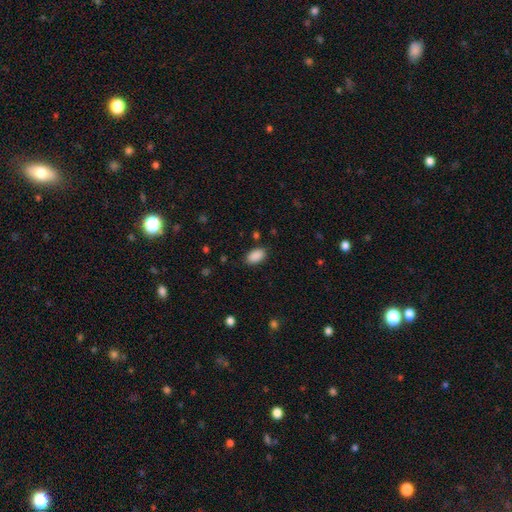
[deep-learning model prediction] This appears to be a smooth galaxy with no disk features (90%) that is in between round and cigar-shaped (93%). Merging: none (86%).